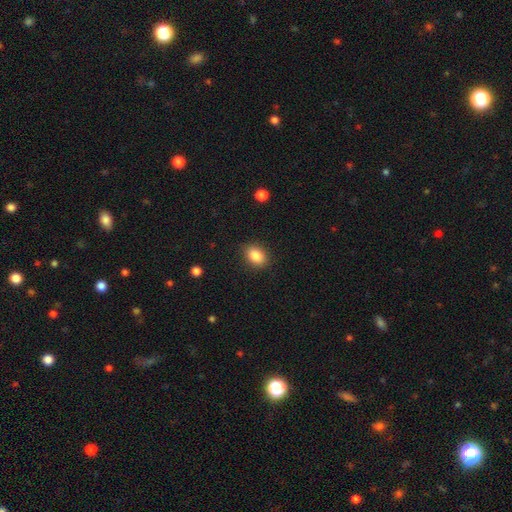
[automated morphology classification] Smooth or featured: smooth — 87% (star or artifact — 8%)
How rounded: in between — 74% (round — 25%)
Merging: none — 87% (minor disturbance — 10%)